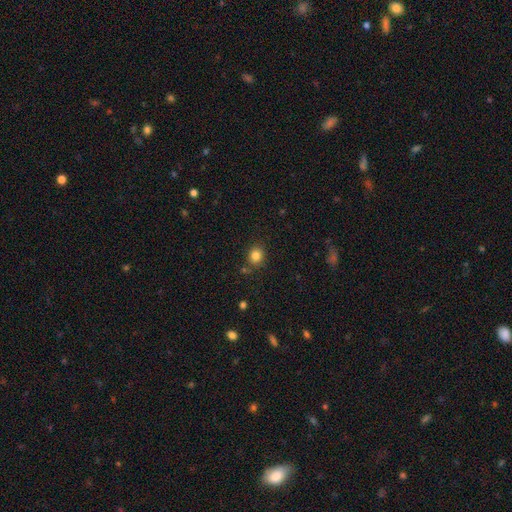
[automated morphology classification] Smooth or featured: smooth — 84% (star or artifact — 11%)
How rounded: round — 79% (in between — 20%)
Merging: none — 80% (minor disturbance — 11%)